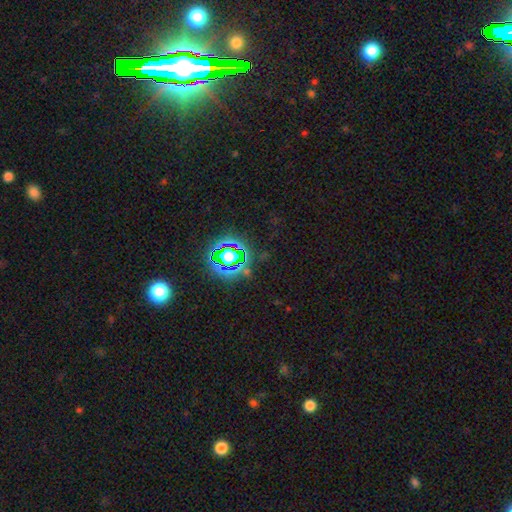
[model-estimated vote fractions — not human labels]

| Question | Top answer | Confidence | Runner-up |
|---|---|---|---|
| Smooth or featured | star or artifact | 78% | smooth (14%) |